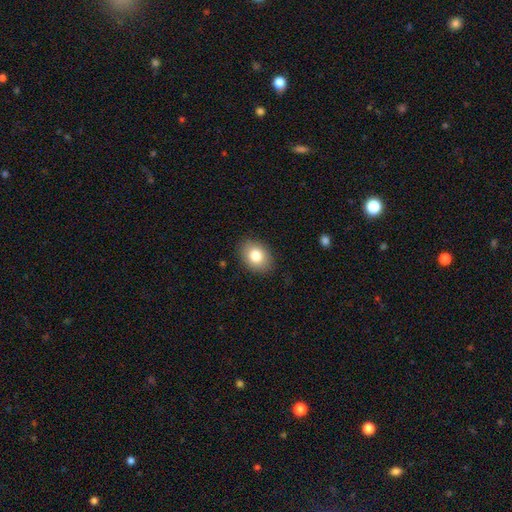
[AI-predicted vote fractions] Smooth or featured?
  - smooth: 81% *
  - featured or disk: 10%
  - star or artifact: 8%
How rounded?
  - in between: 68% *
  - round: 31%
  - cigar-shaped: 1%
Merging?
  - none: 87% *
  - minor disturbance: 10%
  - major disturbance: 2%
  - merger: 1%